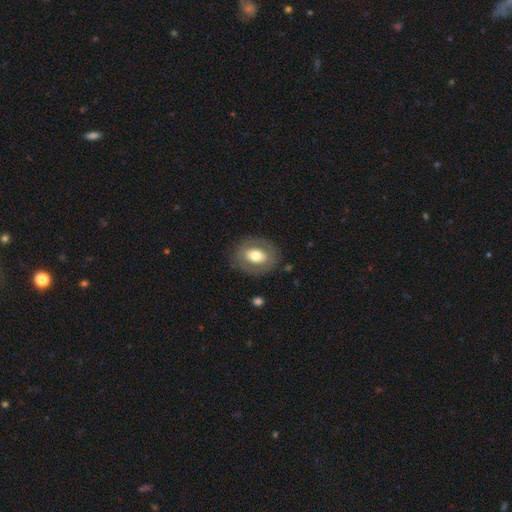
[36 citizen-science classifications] Morphology: type=smooth (64%); roundness=round (52%); merging=none (76%).